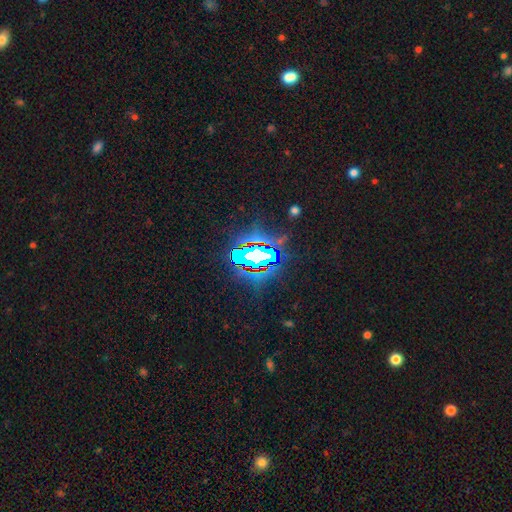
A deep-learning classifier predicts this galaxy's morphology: Overall: star or artifact (73%).